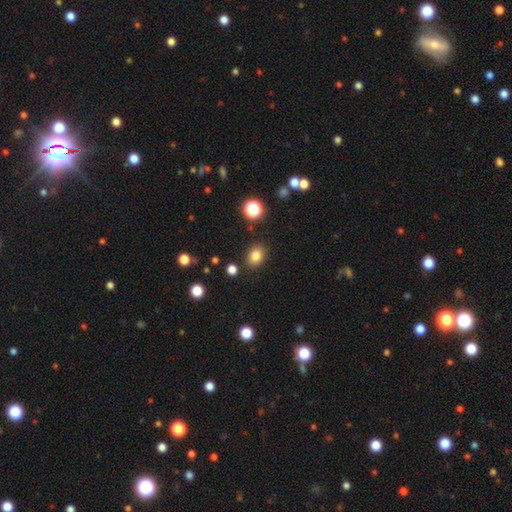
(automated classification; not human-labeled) The model was most divided on "how rounded": in between: 51%, round: 48%, cigar-shaped: 1%. More confident: merging — none (85%); smooth or featured — smooth (81%).